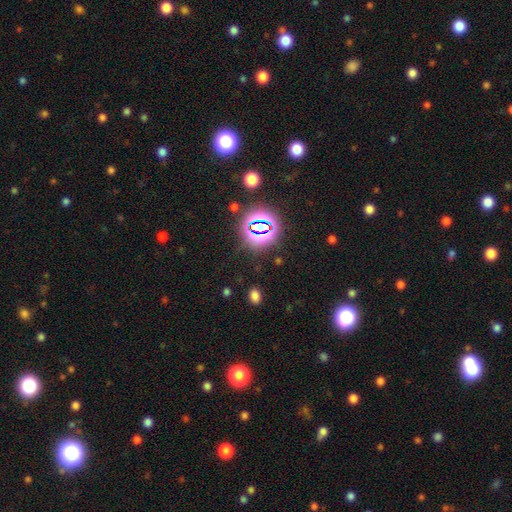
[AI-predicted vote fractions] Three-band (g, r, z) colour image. It shows a star or artifact, not a galaxy (75%).